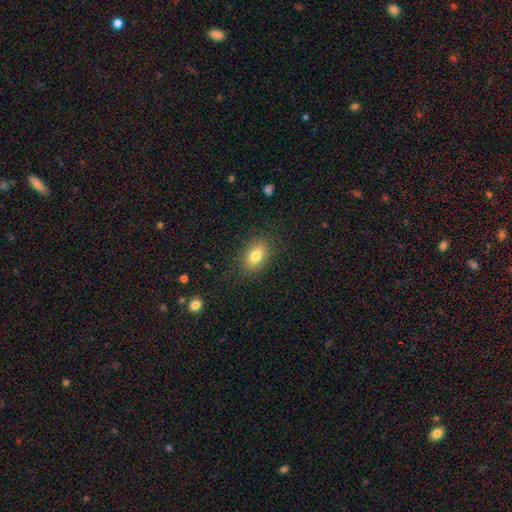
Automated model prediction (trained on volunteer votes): Smooth or featured? Predicted: smooth (p=0.79). How rounded? Predicted: in between (p=0.84). Merging? Predicted: none (p=0.84).